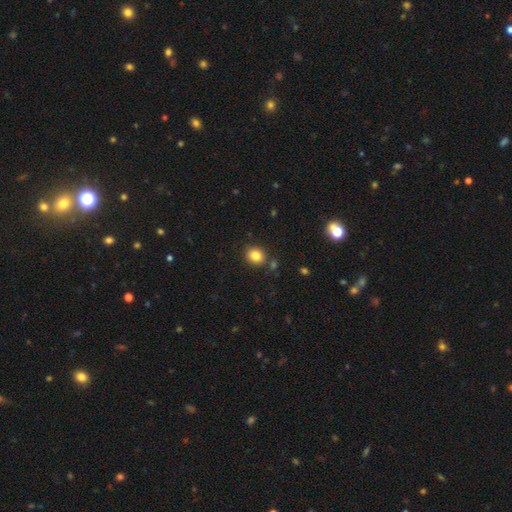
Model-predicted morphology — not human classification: The model was most divided on "how rounded": round: 72%, in between: 27%, cigar-shaped: 1%. More confident: smooth or featured — smooth (83%); merging — none (82%).